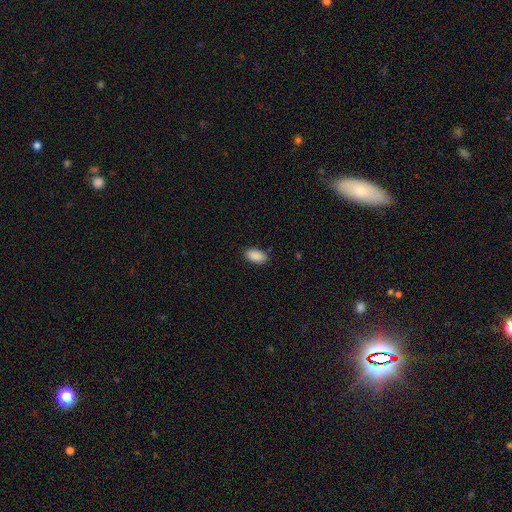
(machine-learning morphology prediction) type=smooth (90%); roundness=in between (94%); merging=none (87%).